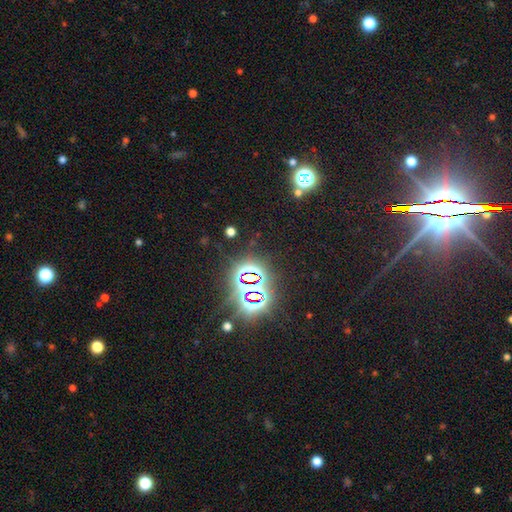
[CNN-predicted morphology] Smooth or featured: star or artifact — 74% (smooth — 14%)